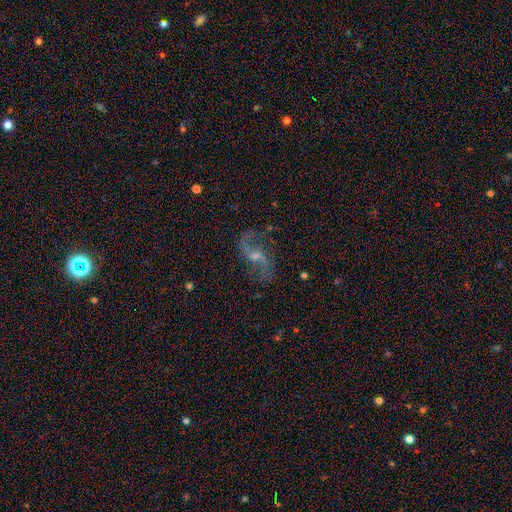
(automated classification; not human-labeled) Smooth or featured? Predicted: featured or disk (p=0.86). Edge-on disk? Predicted: no (p=0.96). Bar? Predicted: weak (p=0.50). Spiral arms? Predicted: yes (p=0.95). Spiral winding? Predicted: loose (p=0.75). Spiral arm count? Predicted: 2 (p=0.92). Bulge size? Predicted: small (p=0.46). Merging? Predicted: none (p=0.75).